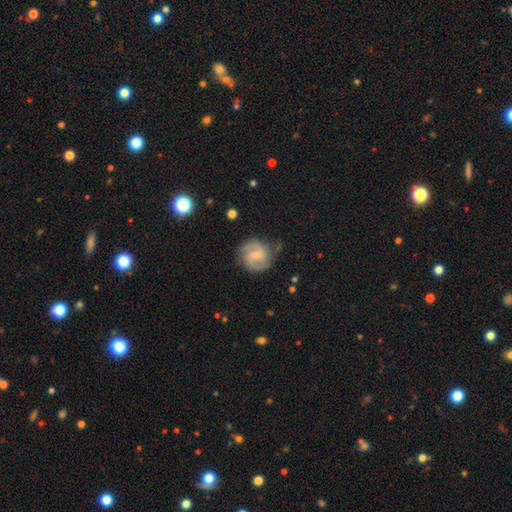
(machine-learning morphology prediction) type=featured or disk (73%); edge-on=no (98%); bar=weak (53%); spiral arms=yes (93%); winding=medium (48%); arm count=2 (73%); bulge=small (65%); merging=none (71%).